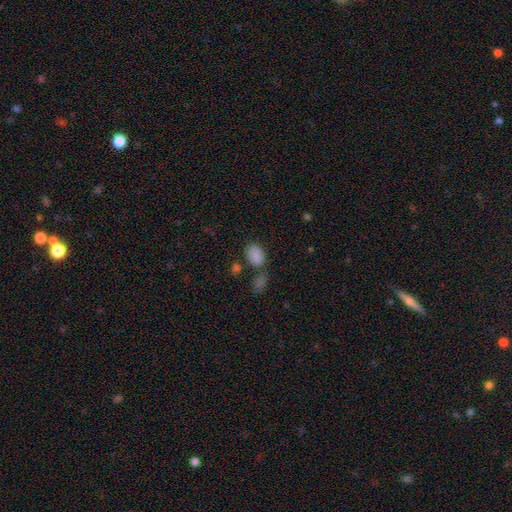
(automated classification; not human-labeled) A smooth galaxy with no disk features (84%) that is in between round and cigar-shaped (84%).

Vote fractions:
- Smooth or featured? smooth: 84% / star or artifact: 11% / featured or disk: 5%
- How rounded? in between: 84% / round: 15% / cigar-shaped: 1%
- Merging? none: 56% / merger: 23% / minor disturbance: 15% / major disturbance: 6%